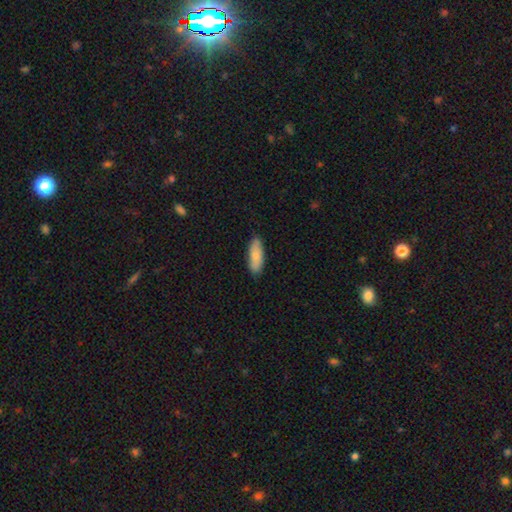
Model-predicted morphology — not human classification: smooth_or_featured: smooth (p=0.83) [alt: featured or disk p=0.11]
how_rounded: in between (p=0.68) [alt: cigar-shaped p=0.31]
merging: none (p=0.85) [alt: minor disturbance p=0.12]